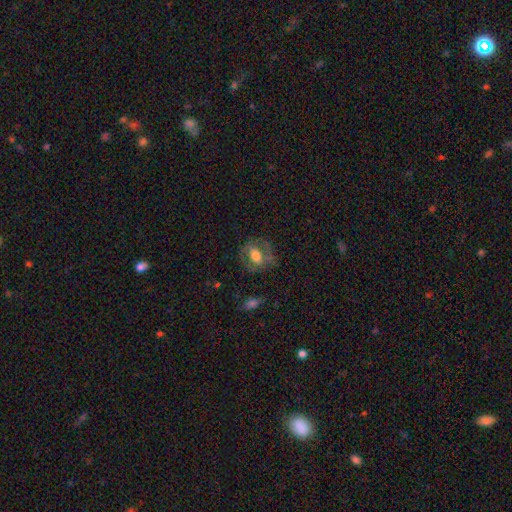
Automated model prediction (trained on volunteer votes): Smooth or featured? smooth (48%)
Merging? none (63%)